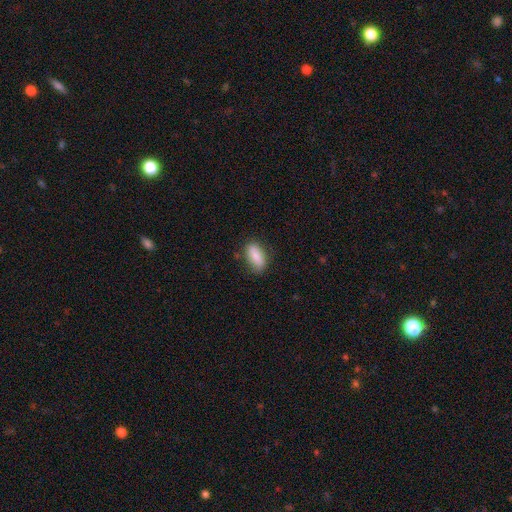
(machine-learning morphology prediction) smooth_or_featured: smooth (p=0.81) [alt: featured or disk p=0.12]
how_rounded: in between (p=0.84) [alt: cigar-shaped p=0.12]
merging: none (p=0.79) [alt: minor disturbance p=0.16]